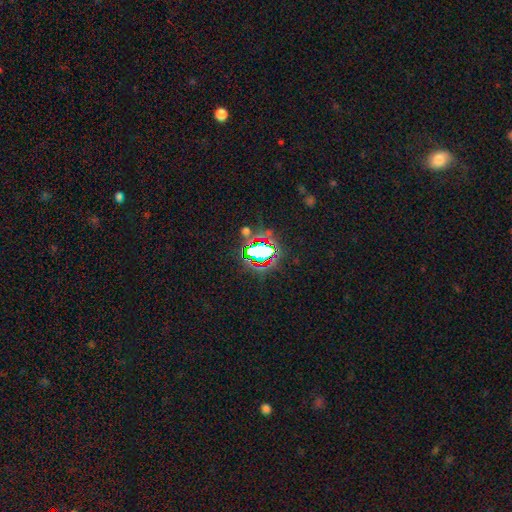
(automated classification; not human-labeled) A star or artifact, not a galaxy (64%).